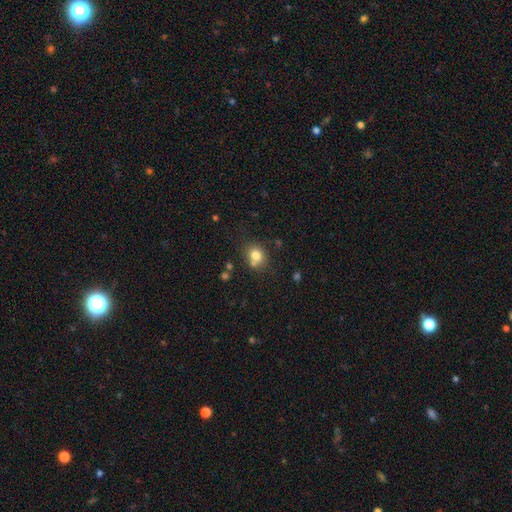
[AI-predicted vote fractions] Q: Smooth or featured?
A: smooth (78%); runner-up: star or artifact (12%)
Q: How rounded?
A: round (66%); runner-up: in between (33%)
Q: Merging?
A: none (63%); runner-up: merger (19%)